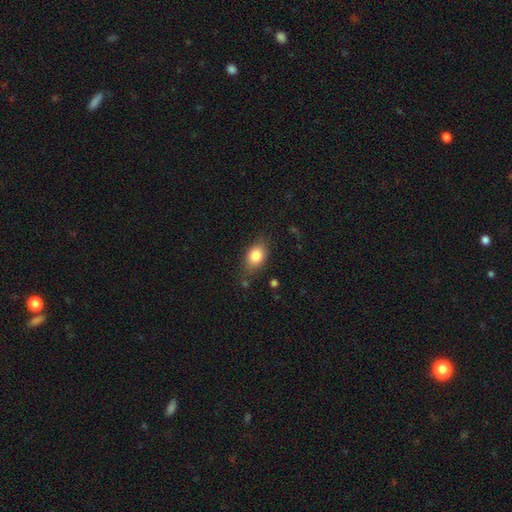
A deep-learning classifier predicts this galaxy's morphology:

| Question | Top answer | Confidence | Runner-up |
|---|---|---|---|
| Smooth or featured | smooth | 82% | featured or disk (10%) |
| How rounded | in between | 77% | round (20%) |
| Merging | none | 74% | minor disturbance (19%) |